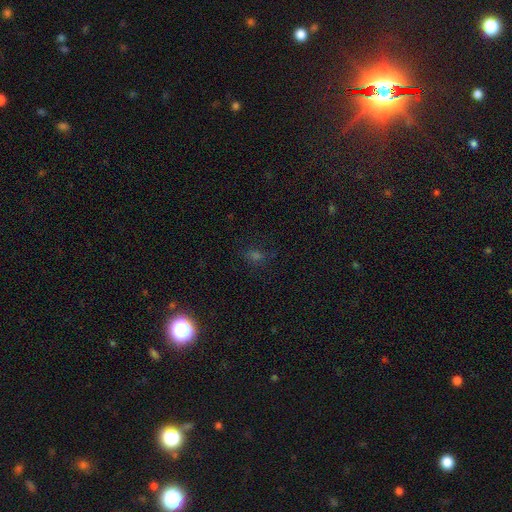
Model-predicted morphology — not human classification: smooth-or-featured: star or artifact: 46% | smooth: 43% | featured or disk: 10%